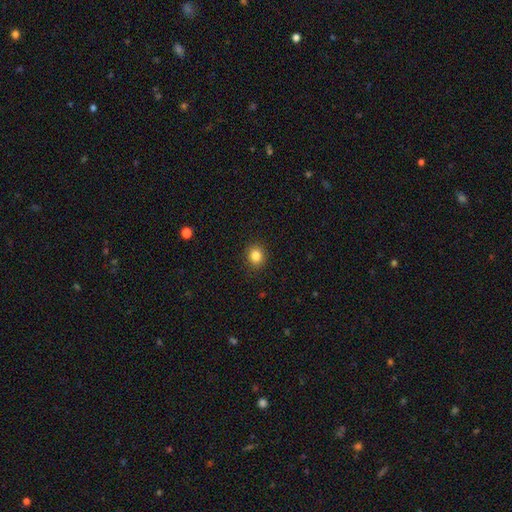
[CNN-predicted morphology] Q: Smooth or featured?
A: smooth (84%); runner-up: star or artifact (11%)
Q: How rounded?
A: round (76%); runner-up: in between (23%)
Q: Merging?
A: none (90%); runner-up: minor disturbance (7%)